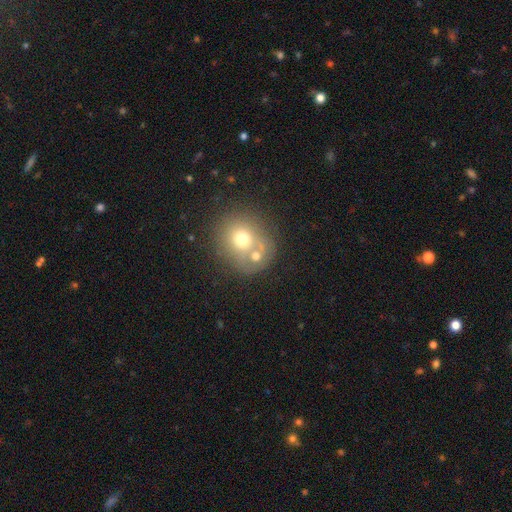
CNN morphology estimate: Smooth or featured: smooth — 62% (featured or disk — 26%)
How rounded: round — 74% (in between — 25%)
Merging: merger — 46% (none — 36%)